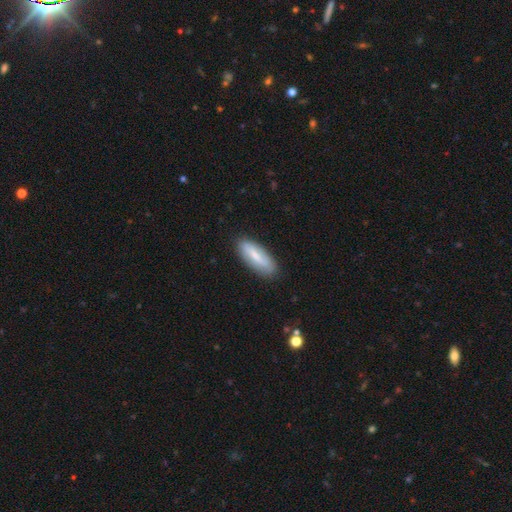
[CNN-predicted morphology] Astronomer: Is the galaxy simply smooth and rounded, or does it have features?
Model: smooth — 63%.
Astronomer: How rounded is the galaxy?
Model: in between — 68%.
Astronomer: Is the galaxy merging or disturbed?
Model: none — 84%.